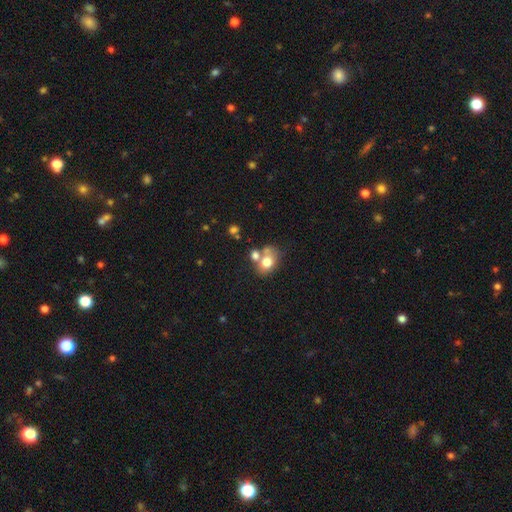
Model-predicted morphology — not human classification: A smooth galaxy with no disk features (58%) that is round (63%).

Vote fractions:
- Smooth or featured? smooth: 58% / star or artifact: 28% / featured or disk: 14%
- How rounded? round: 63% / in between: 34% / cigar-shaped: 2%
- Merging? none: 53% / merger: 30% / minor disturbance: 10% / major disturbance: 7%